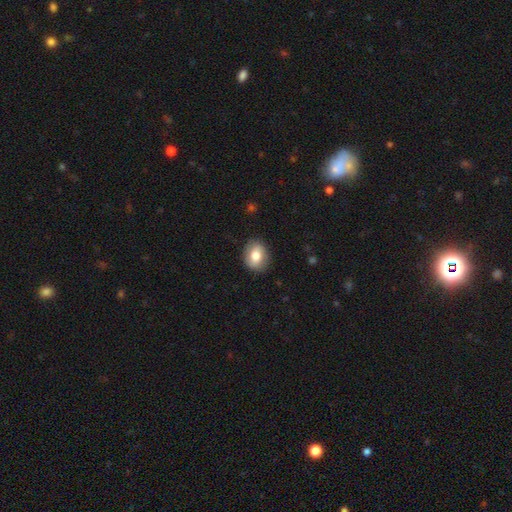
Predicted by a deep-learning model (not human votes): Smooth or featured? smooth (76%)
How rounded? in between (60%)
Merging? none (85%)